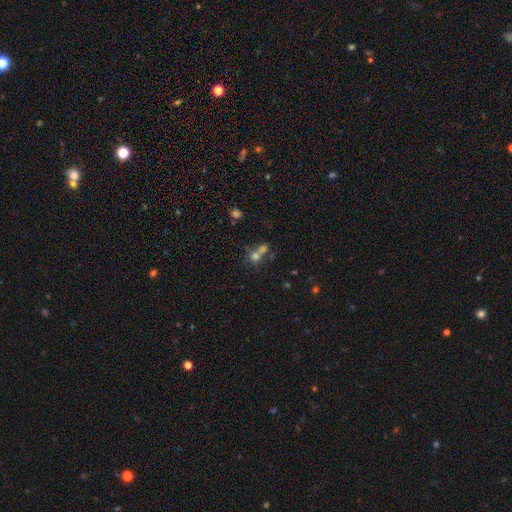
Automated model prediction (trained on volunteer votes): This appears to be a smooth galaxy with no disk features (66%) that is round (76%). Merging: merger (53%).